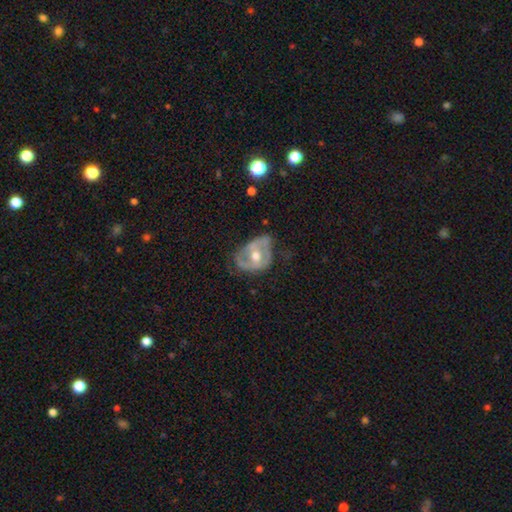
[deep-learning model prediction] Q: Smooth or featured?
A: featured or disk (68%); runner-up: smooth (25%)
Q: Edge-on disk?
A: no (95%); runner-up: yes (5%)
Q: Bar?
A: no (46%); runner-up: weak (34%)
Q: Spiral arms?
A: yes (55%); runner-up: no (45%)
Q: Bulge size?
A: moderate (74%); runner-up: small (19%)
Q: Merging?
A: none (44%); runner-up: minor disturbance (33%)